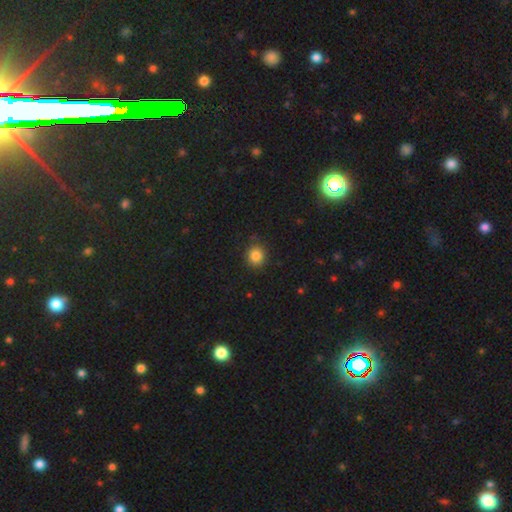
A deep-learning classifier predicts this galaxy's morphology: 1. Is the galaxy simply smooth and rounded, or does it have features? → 84% smooth, 11% star or artifact, 5% featured or disk.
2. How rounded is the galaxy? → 84% round, 15% in between, 1% cigar-shaped.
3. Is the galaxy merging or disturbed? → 85% none, 12% minor disturbance, 3% major disturbance, 1% merger.